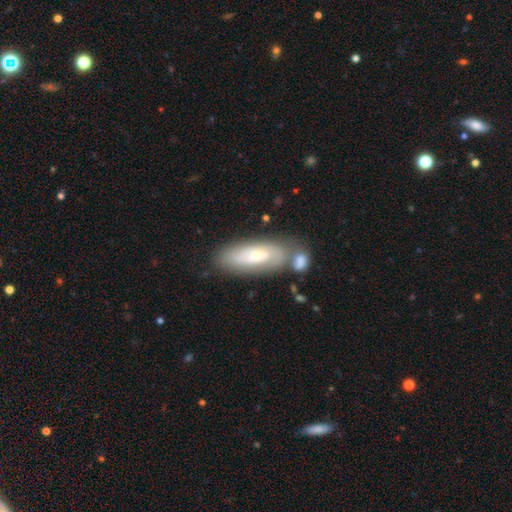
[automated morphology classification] A smooth galaxy with no disk features (53%) that is in between round and cigar-shaped (68%). Merging: none (52%).